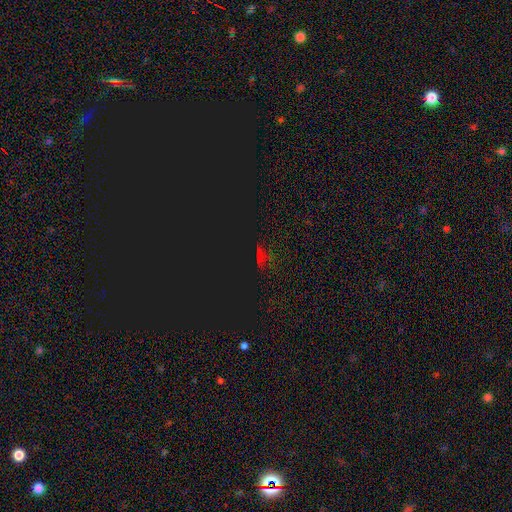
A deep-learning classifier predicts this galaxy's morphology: smooth_or_featured: star or artifact (p=0.78) [alt: smooth p=0.15]